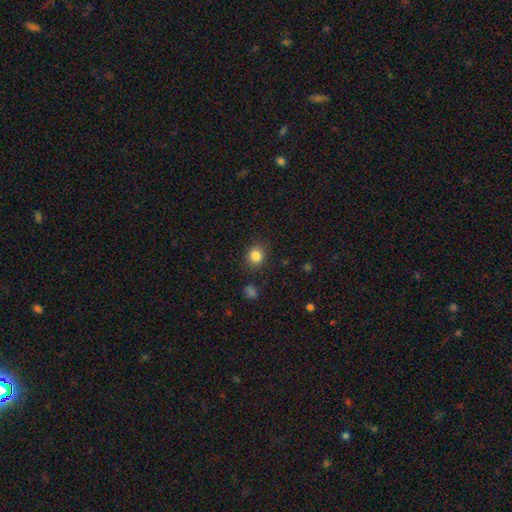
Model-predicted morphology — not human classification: smooth_or_featured: smooth (p=0.84) [alt: star or artifact p=0.11]
how_rounded: round (p=0.70) [alt: in between p=0.29]
merging: none (p=0.85) [alt: minor disturbance p=0.10]